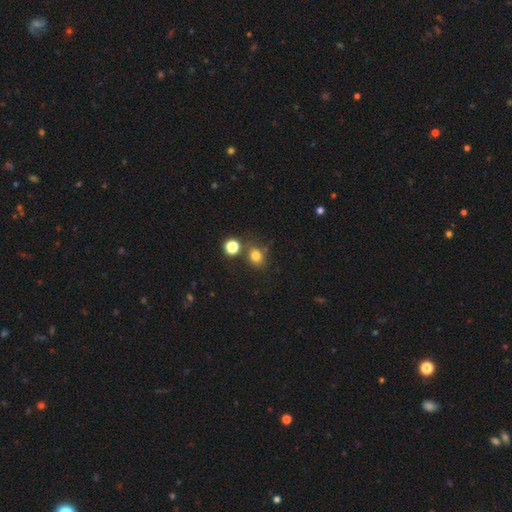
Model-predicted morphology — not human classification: The model was most divided on "how rounded": round: 62%, in between: 37%, cigar-shaped: 1%. More confident: smooth or featured — smooth (78%); merging — none (68%).